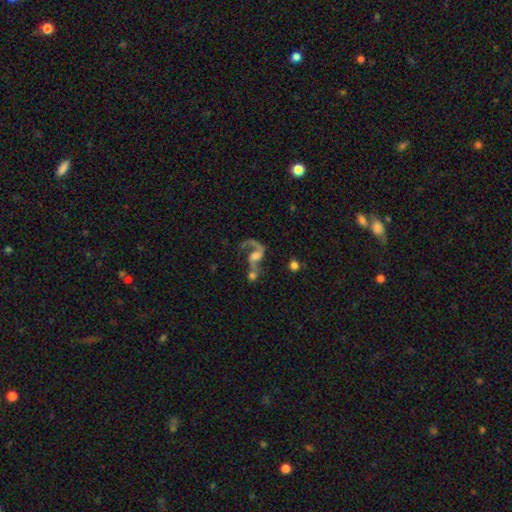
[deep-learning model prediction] The model was most divided on "bulge size": moderate: 39%, small: 24%, none: 17%, large: 17%, dominant: 3%. Remaining: edge-on disk — no (96%); spiral arms — yes (87%); smooth or featured — featured or disk (75%); spiral winding — loose (74%); spiral arm count — 2 (59%); bar — no (53%); merging — merger (45%).